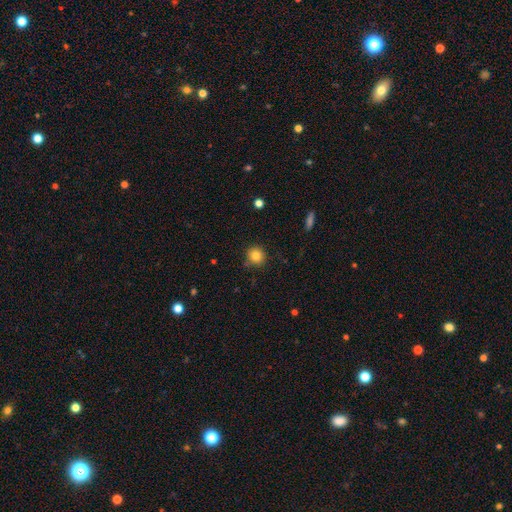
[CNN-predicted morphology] A smooth galaxy with no disk features (82%) that is round (89%). Merging: none (84%).